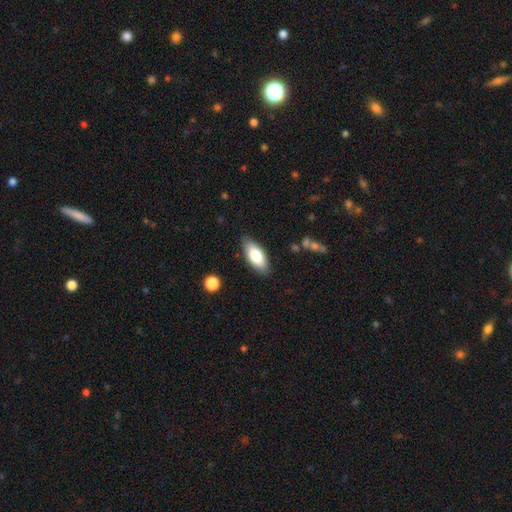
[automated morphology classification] smooth-or-featured: smooth: 78% | featured or disk: 16% | star or artifact: 6%
  how-rounded: in between: 83% | cigar-shaped: 15% | round: 2%
  merging: none: 85% | minor disturbance: 11% | major disturbance: 2% | merger: 1%